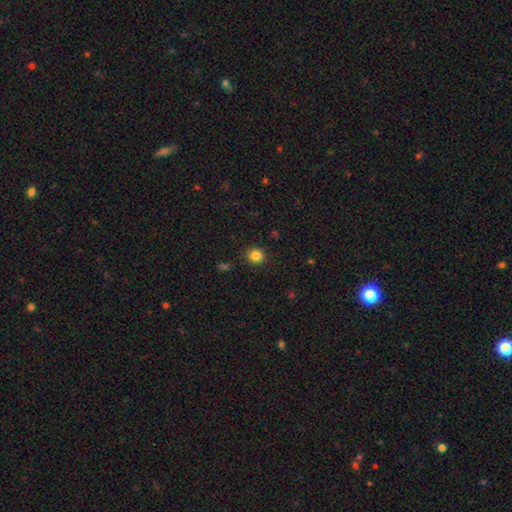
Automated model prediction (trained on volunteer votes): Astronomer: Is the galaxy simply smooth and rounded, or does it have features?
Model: smooth — 84%.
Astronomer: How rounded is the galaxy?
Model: round — 91%.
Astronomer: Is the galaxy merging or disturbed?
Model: none — 90%.